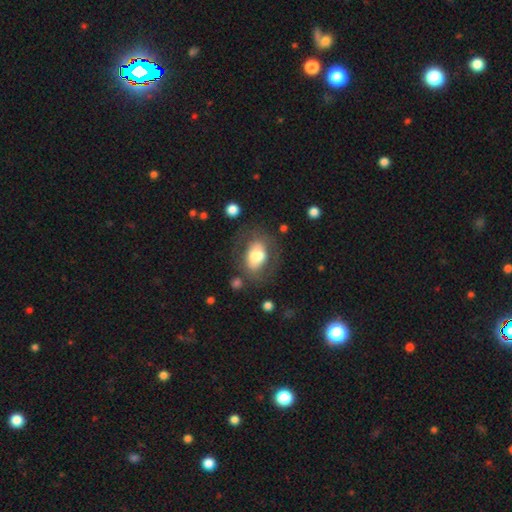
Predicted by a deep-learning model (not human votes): Overall: smooth (59%; featured or disk 33%). How rounded: in between (76%). Merging: none (61%).